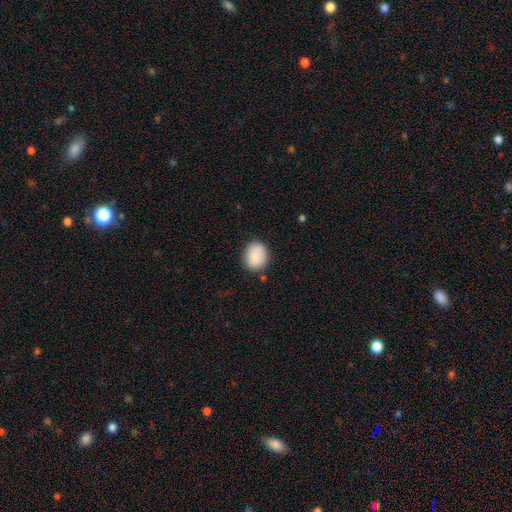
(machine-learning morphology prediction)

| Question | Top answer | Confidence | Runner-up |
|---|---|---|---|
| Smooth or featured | smooth | 86% | star or artifact (7%) |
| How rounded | round | 55% | in between (44%) |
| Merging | none | 84% | minor disturbance (12%) |